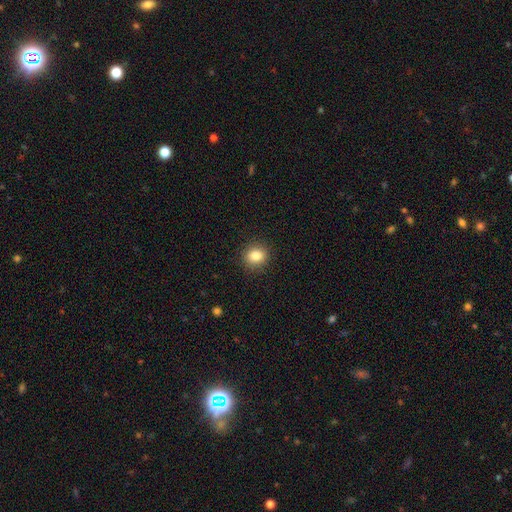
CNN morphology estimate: A smooth galaxy with no disk features (84%) that is round (77%).

Vote fractions:
- Smooth or featured? smooth: 84% / star or artifact: 10% / featured or disk: 6%
- How rounded? round: 77% / in between: 22% / cigar-shaped: 1%
- Merging? none: 90% / minor disturbance: 7% / major disturbance: 2% / merger: 1%